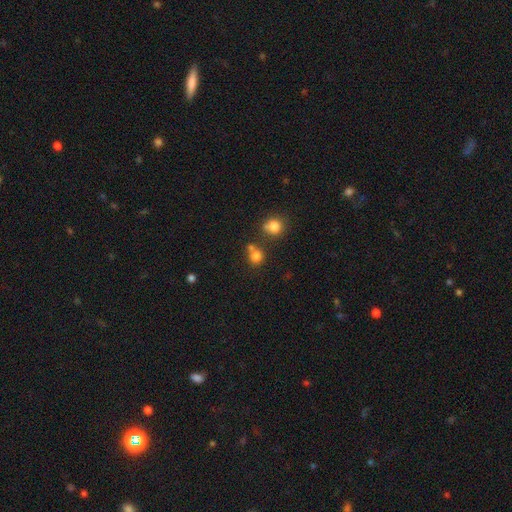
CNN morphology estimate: type=smooth (78%); roundness=round (88%); merging=none (62%).